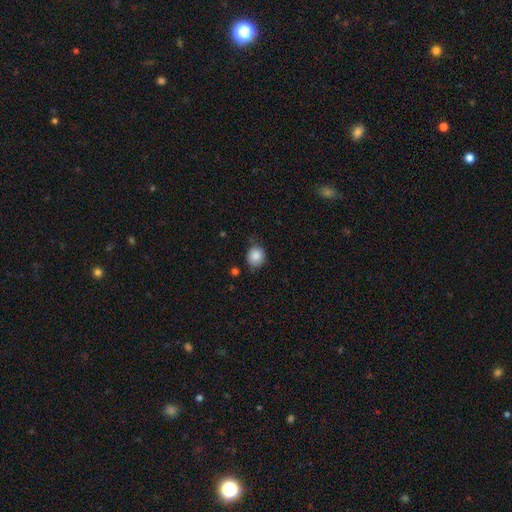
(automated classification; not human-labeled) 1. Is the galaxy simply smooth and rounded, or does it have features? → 87% smooth, 8% star or artifact, 4% featured or disk.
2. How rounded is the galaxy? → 69% round, 30% in between, 1% cigar-shaped.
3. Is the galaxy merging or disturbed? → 74% none, 20% minor disturbance, 4% major disturbance, 2% merger.